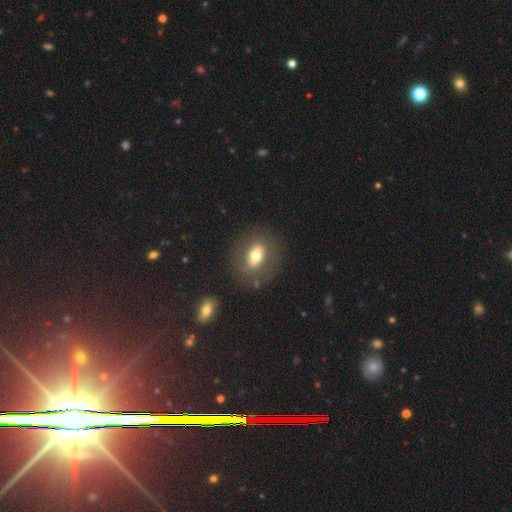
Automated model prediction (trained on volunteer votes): This appears to be a smooth galaxy with no disk features (54%) that is in between round and cigar-shaped (67%). Merging: none (76%).